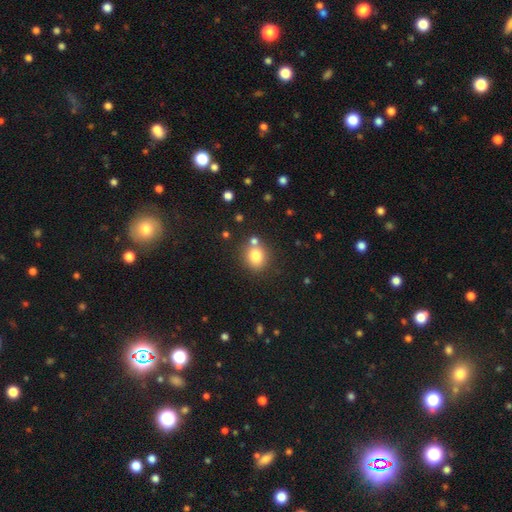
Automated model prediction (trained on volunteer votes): A smooth galaxy with no disk features (80%) that is round (75%). Merging: none (71%).